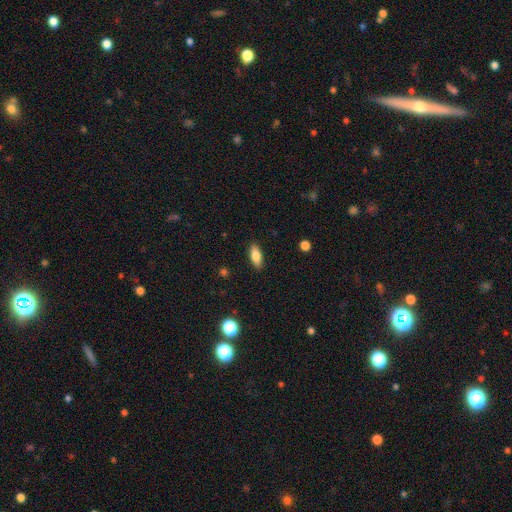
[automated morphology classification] smooth 79%, featured or disk 14%, star or artifact 7%. Down the decision tree: how rounded — in between (77%); merging — none (89%).